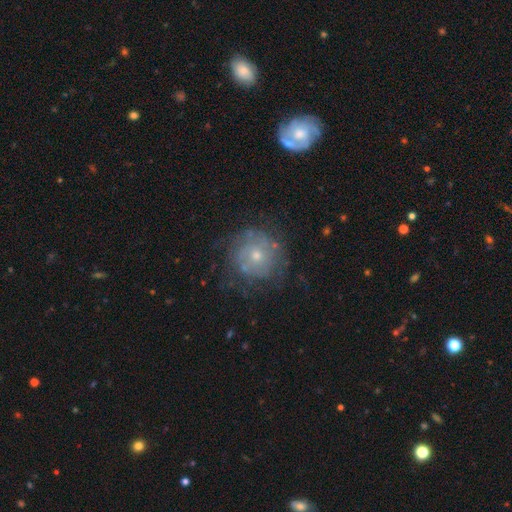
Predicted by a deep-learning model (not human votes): A featured or disk galaxy (57%) with no bar (85%), spiral arms (61%) and a small central bulge (56%). Merging: none (68%).